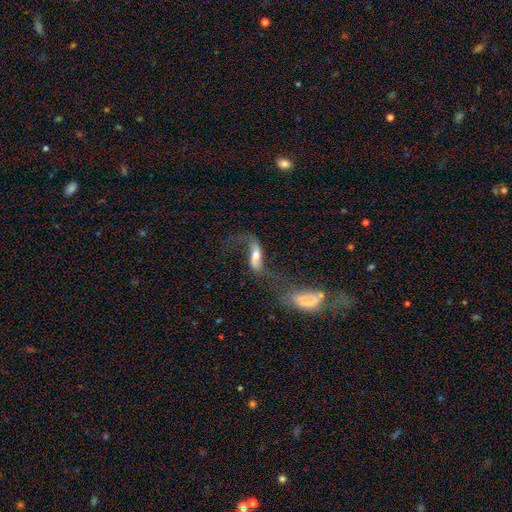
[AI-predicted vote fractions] smooth_or_featured: featured or disk (p=0.64) [alt: smooth p=0.28]
disk_edge_on: no (p=0.81) [alt: yes p=0.19]
bar: no (p=0.37) [alt: weak p=0.33]
has_spiral_arms: yes (p=0.82) [alt: no p=0.18]
bulge_size: moderate (p=0.56) [alt: small p=0.19]
merging: none (p=0.36) [alt: major disturbance p=0.26]